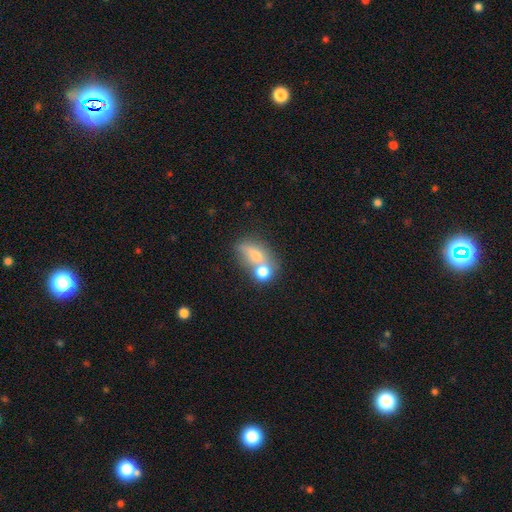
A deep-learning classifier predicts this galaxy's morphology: Smooth or featured?
  - smooth: 67% *
  - featured or disk: 21%
  - star or artifact: 12%
How rounded?
  - in between: 62% *
  - round: 31%
  - cigar-shaped: 7%
Merging?
  - merger: 51% *
  - none: 29%
  - minor disturbance: 12%
  - major disturbance: 9%